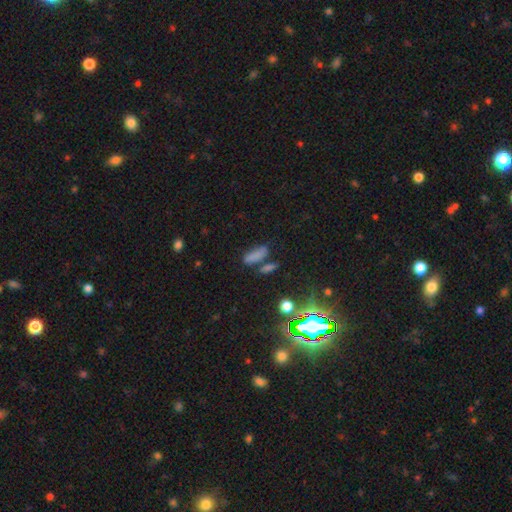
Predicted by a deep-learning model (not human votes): A smooth galaxy with no disk features (76%) that is in between round and cigar-shaped (63%).

Vote fractions:
- Smooth or featured? smooth: 76% / star or artifact: 16% / featured or disk: 9%
- How rounded? in between: 63% / cigar-shaped: 33% / round: 5%
- Merging? none: 59% / merger: 18% / minor disturbance: 16% / major disturbance: 7%